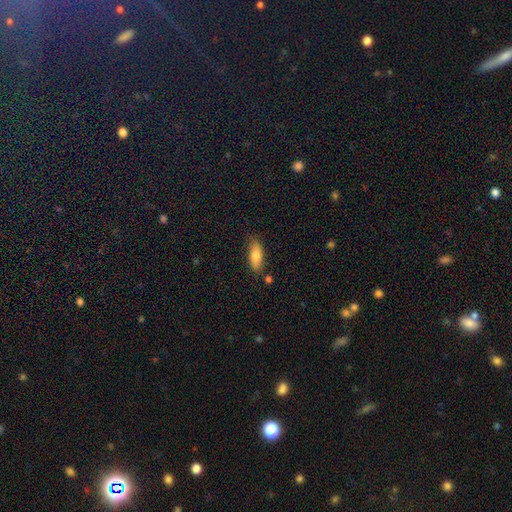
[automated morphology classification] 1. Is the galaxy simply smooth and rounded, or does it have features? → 79% smooth, 14% featured or disk, 7% star or artifact.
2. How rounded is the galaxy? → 74% in between, 23% cigar-shaped, 2% round.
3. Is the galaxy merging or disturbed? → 75% none, 18% minor disturbance, 4% merger, 3% major disturbance.